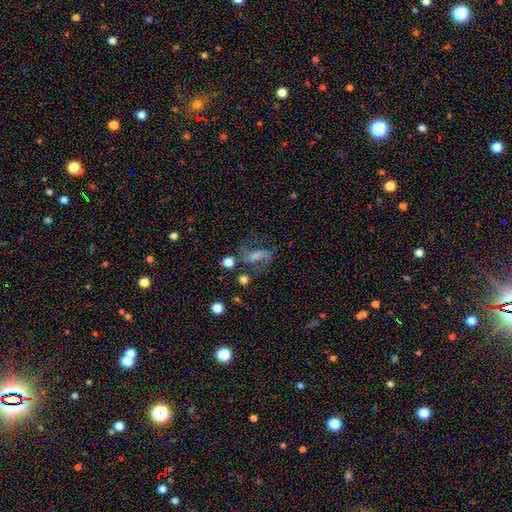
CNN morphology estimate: Overall: featured or disk (56%; smooth 24%). Edge-on disk: no (91%). Bar: weak (40%; no 30%). Spiral arms: yes (80%). Bulge size: small (37%; moderate 31%). Merging: none (56%; major disturbance 19%).